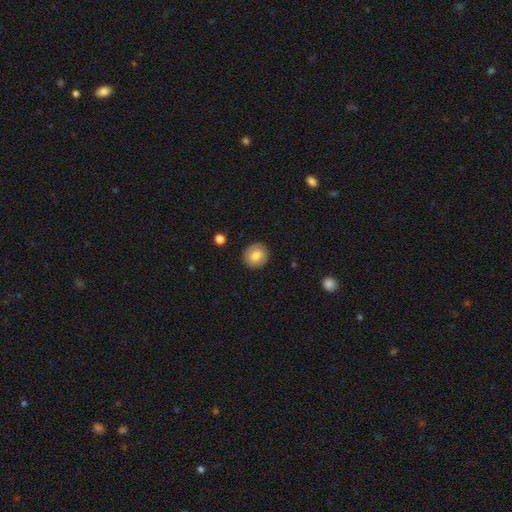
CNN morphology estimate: type=smooth (77%); roundness=round (87%); merging=none (90%).